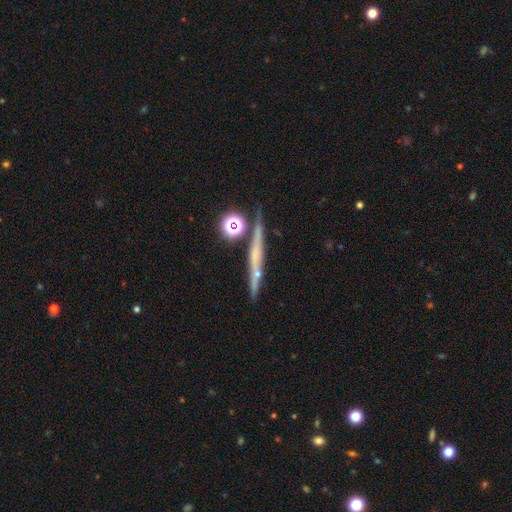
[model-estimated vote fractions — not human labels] smooth_or_featured: featured or disk (p=0.58) [alt: smooth p=0.27]
disk_edge_on: yes (p=0.92) [alt: no p=0.08]
edge_on_bulge: none (p=0.58) [alt: rounded p=0.33]
merging: none (p=0.75) [alt: minor disturbance p=0.13]